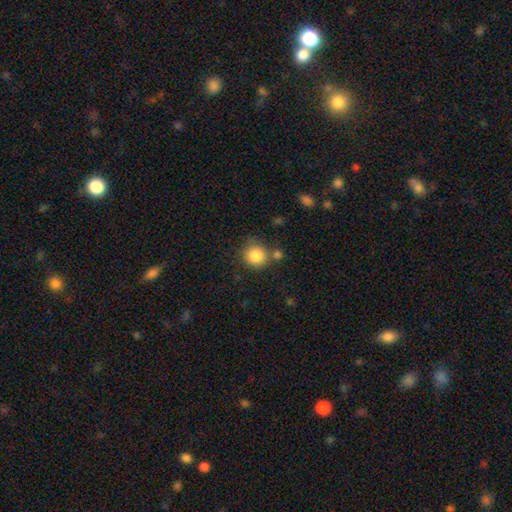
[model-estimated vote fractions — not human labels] smooth 85%, star or artifact 10%, featured or disk 6%. Down the decision tree: how rounded — round (89%); merging — none (69%).